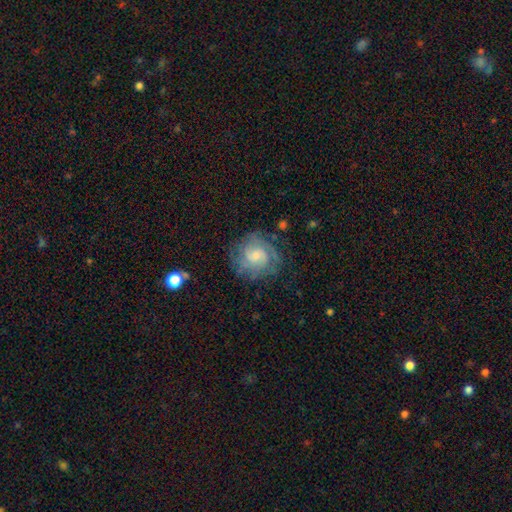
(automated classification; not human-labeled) A featured or disk galaxy (71%) with no bar (58%), tight (63%) spiral arms (91%) and a small central bulge (52%). Merging: none (76%).